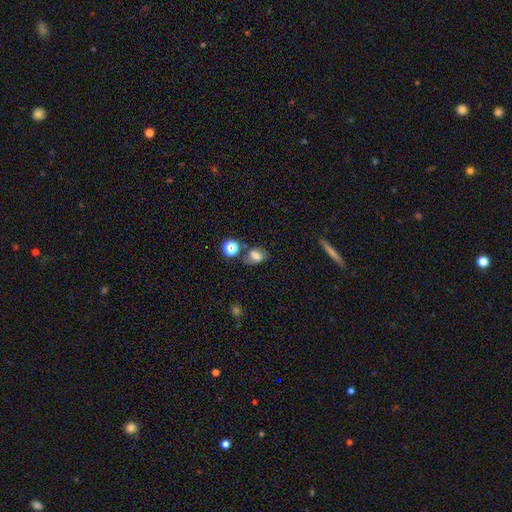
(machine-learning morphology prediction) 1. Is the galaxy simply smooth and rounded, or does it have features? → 68% smooth, 17% featured or disk, 15% star or artifact.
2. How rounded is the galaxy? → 69% in between, 28% round, 2% cigar-shaped.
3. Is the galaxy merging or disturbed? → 50% none, 22% minor disturbance, 17% merger, 11% major disturbance.